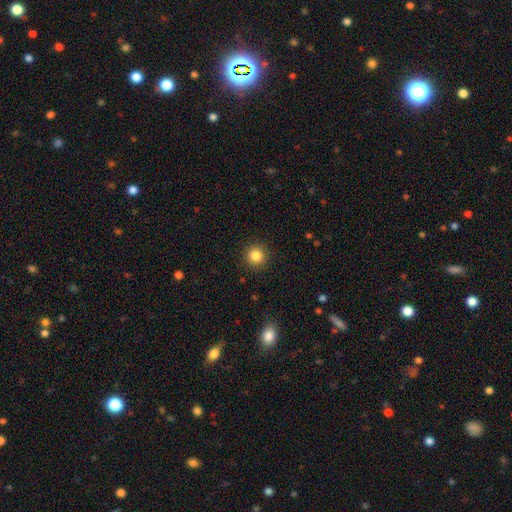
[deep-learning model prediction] smooth-or-featured: smooth: 85% | star or artifact: 11% | featured or disk: 4%
  how-rounded: round: 94% | in between: 6% | cigar-shaped: 1%
  merging: none: 91% | minor disturbance: 5% | major disturbance: 2% | merger: 1%